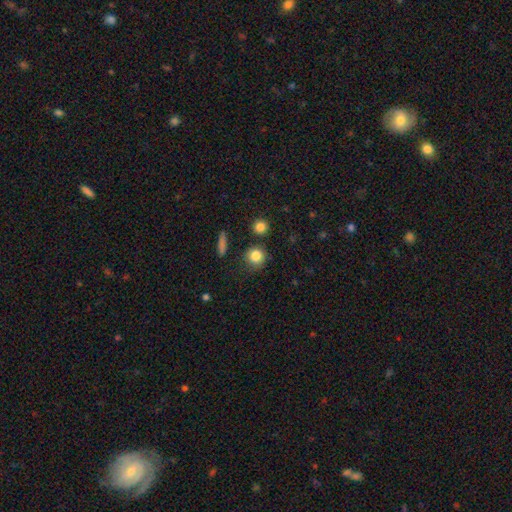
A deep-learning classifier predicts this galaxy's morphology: Smooth or featured? Predicted: smooth (p=0.84). How rounded? Predicted: round (p=0.89). Merging? Predicted: none (p=0.79).